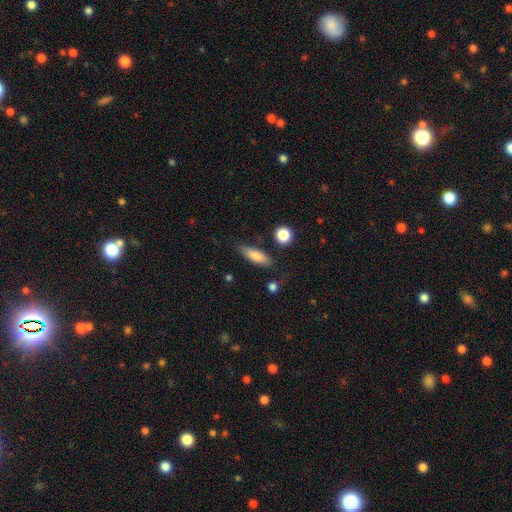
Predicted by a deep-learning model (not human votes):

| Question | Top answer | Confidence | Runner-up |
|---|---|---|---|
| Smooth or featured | smooth | 77% | featured or disk (15%) |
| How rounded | in between | 51% | cigar-shaped (46%) |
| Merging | none | 74% | minor disturbance (17%) |